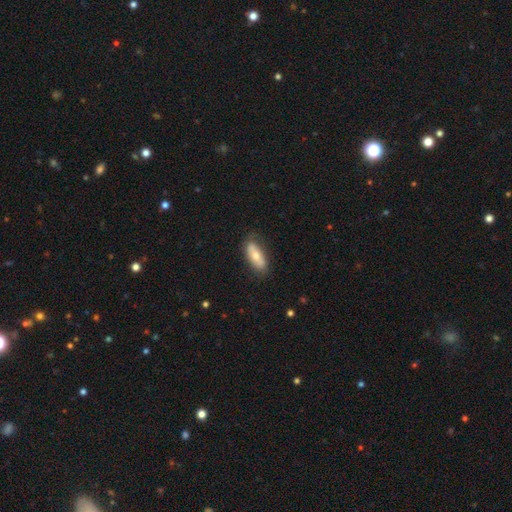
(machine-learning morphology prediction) This appears to be a smooth galaxy with no disk features (61%) that is in between round and cigar-shaped (76%). Merging: none (76%).